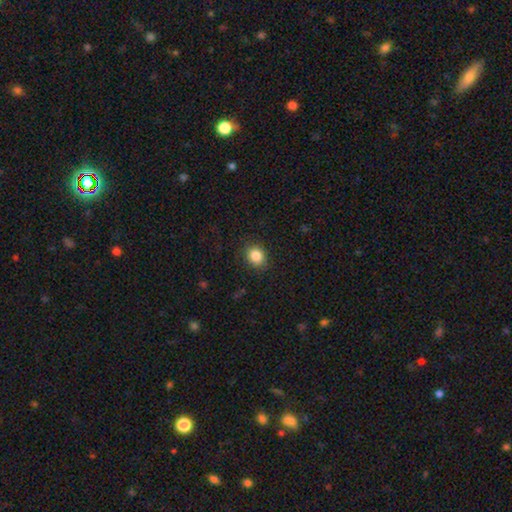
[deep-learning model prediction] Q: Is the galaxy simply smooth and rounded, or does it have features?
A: smooth — 85%.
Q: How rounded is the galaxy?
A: round — 74%.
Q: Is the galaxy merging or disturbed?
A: none — 87%.